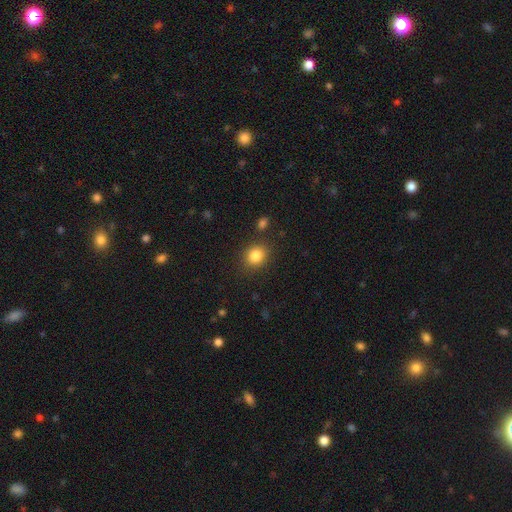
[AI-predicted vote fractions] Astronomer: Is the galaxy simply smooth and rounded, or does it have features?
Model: smooth — 84%.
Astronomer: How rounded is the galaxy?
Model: round — 66%.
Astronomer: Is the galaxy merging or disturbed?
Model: none — 84%.